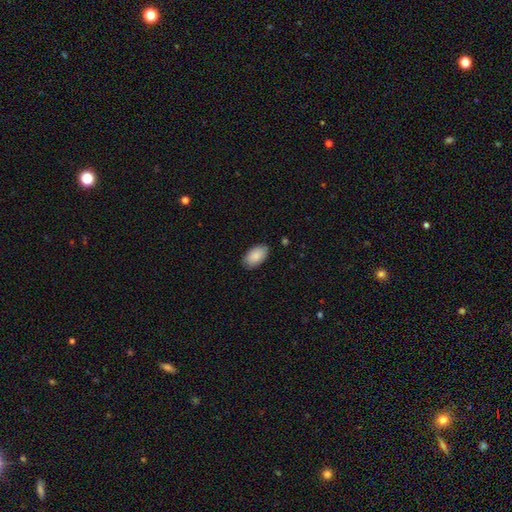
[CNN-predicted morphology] Smooth or featured: smooth — 89% (star or artifact — 6%)
How rounded: in between — 95% (round — 3%)
Merging: none — 86% (minor disturbance — 11%)